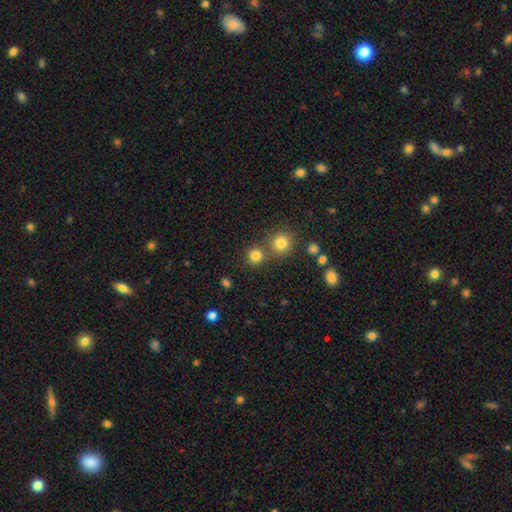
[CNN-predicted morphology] This appears to be a smooth galaxy with no disk features (80%) that is round (91%). Merging: none (72%).